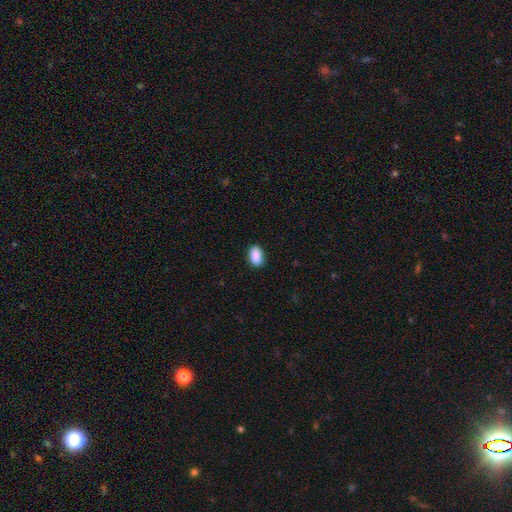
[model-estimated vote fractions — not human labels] Smooth or featured? Predicted: smooth (p=0.90). How rounded? Predicted: in between (p=0.91). Merging? Predicted: none (p=0.88).